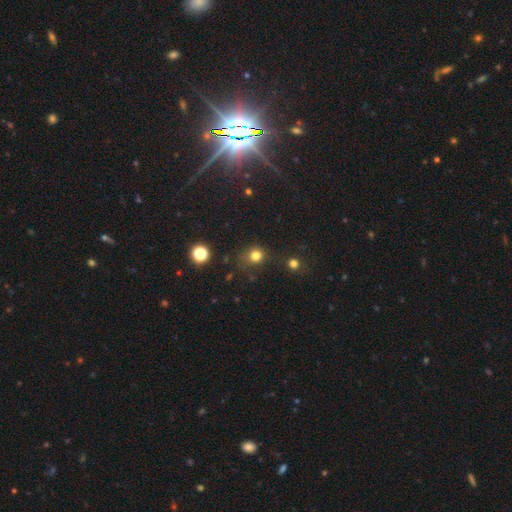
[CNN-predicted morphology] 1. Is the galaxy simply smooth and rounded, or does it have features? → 77% smooth, 17% star or artifact, 5% featured or disk.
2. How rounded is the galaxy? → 84% round, 15% in between, 1% cigar-shaped.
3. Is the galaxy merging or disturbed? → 72% none, 16% minor disturbance, 7% major disturbance, 4% merger.